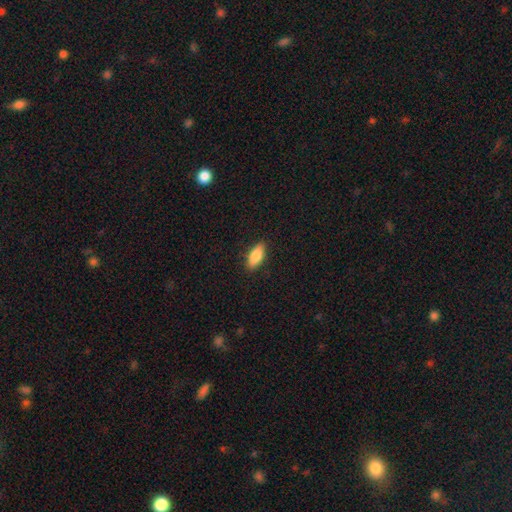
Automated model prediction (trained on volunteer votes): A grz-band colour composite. It shows a smooth galaxy with no disk features (85%) that is in between round and cigar-shaped (76%). Merging: none (88%).